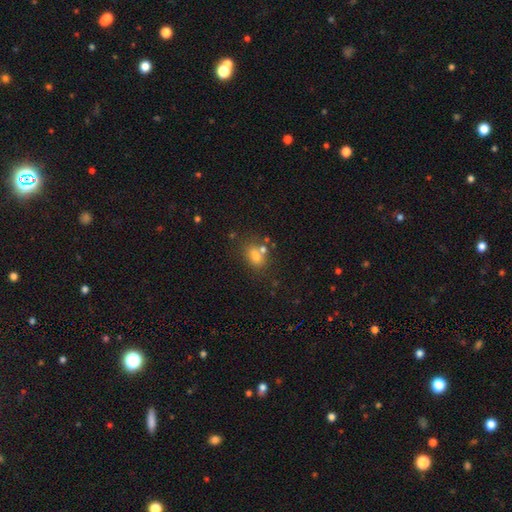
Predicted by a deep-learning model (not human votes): Smooth or featured?
  - smooth: 71% *
  - star or artifact: 16%
  - featured or disk: 13%
How rounded?
  - in between: 66% *
  - round: 32%
  - cigar-shaped: 2%
Merging?
  - none: 57% *
  - merger: 23%
  - minor disturbance: 14%
  - major disturbance: 6%